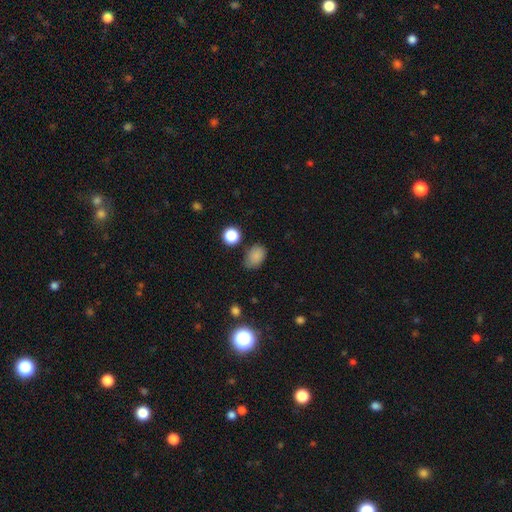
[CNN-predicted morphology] Overall: smooth (83%). How rounded: in between (80%). Merging: none (66%).